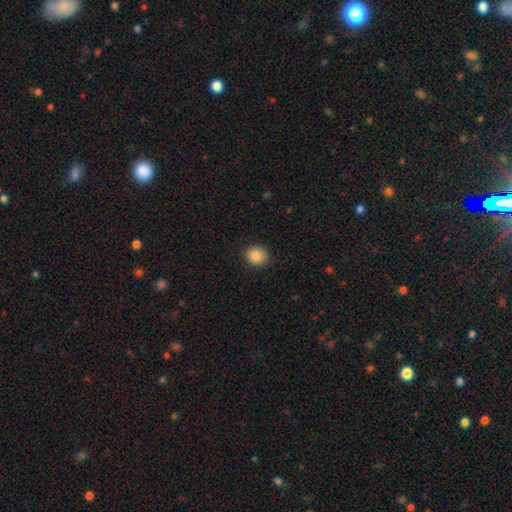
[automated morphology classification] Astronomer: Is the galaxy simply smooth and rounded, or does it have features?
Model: smooth — 87%.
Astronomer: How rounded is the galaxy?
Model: round — 83%.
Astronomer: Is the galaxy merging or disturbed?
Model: none — 90%.